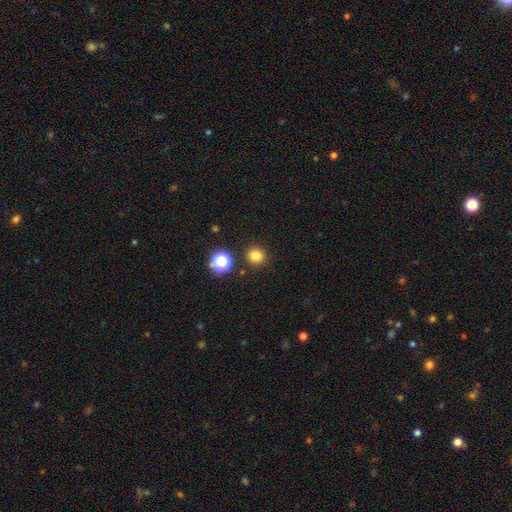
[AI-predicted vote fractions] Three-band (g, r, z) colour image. It shows a smooth galaxy with no disk features (79%) that is round (92%). Merging: none (90%).